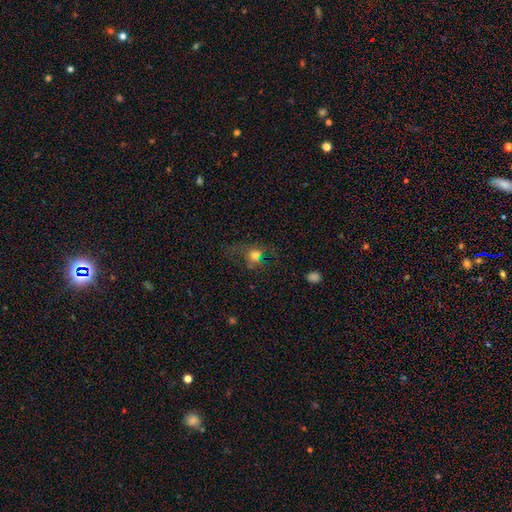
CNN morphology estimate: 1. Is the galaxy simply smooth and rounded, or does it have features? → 57% smooth, 24% featured or disk, 19% star or artifact.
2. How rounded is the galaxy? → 65% round, 33% in between, 3% cigar-shaped.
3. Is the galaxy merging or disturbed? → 46% none, 28% major disturbance, 20% minor disturbance, 6% merger.